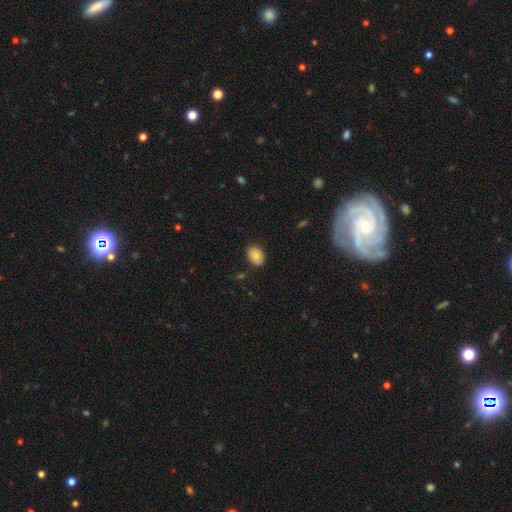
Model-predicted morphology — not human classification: The model was most divided on "how rounded": in between: 73%, round: 26%, cigar-shaped: 1%. More confident: merging — none (81%); smooth or featured — smooth (80%).